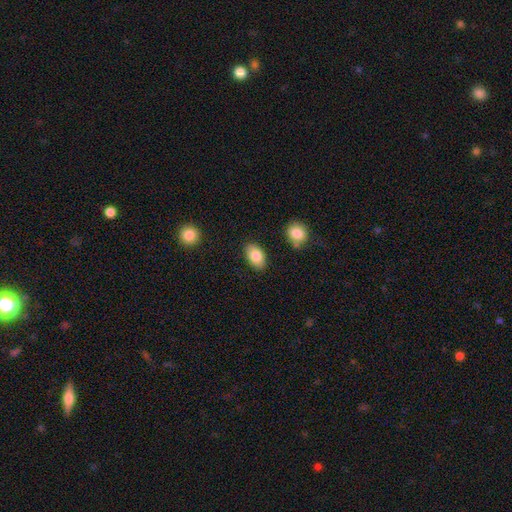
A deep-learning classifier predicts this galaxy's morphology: A smooth galaxy with no disk features (84%) that is in between round and cigar-shaped (91%). Merging: none (85%).